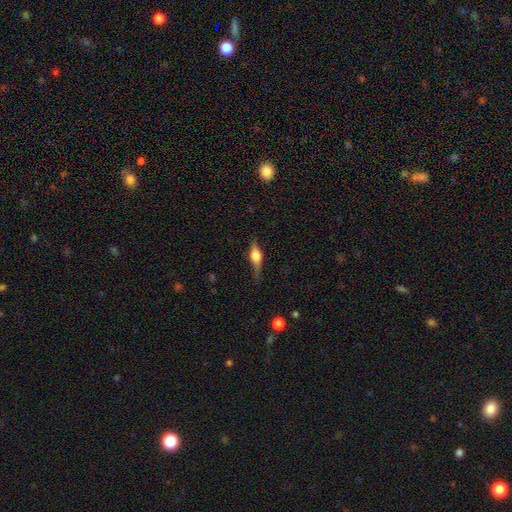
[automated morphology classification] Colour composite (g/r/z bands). It shows a featured or disk galaxy (49%). Merging: none (70%).